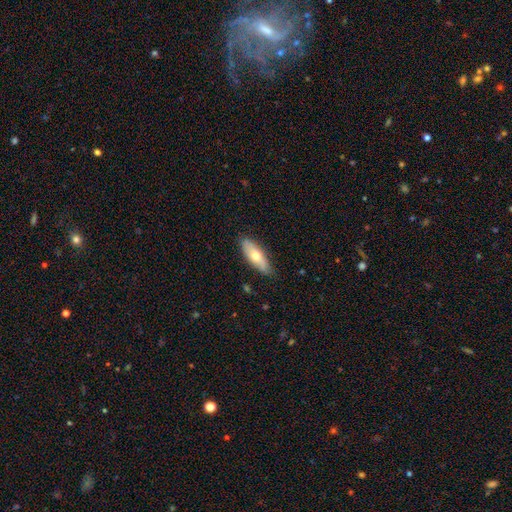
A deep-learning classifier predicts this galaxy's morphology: Smooth or featured? Predicted: smooth (p=0.62). How rounded? Predicted: in between (p=0.61). Merging? Predicted: none (p=0.84).